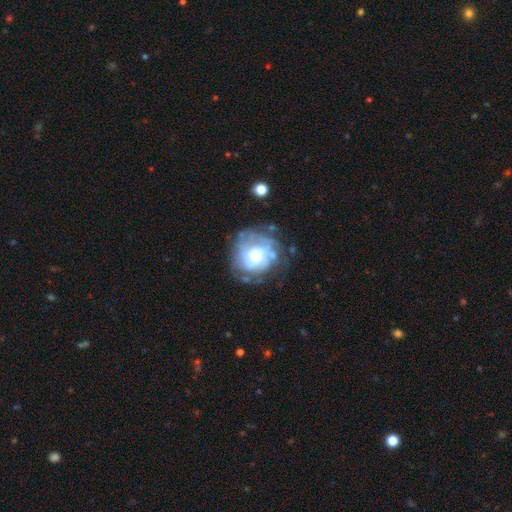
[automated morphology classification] Smooth or featured?
  - featured or disk: 63% *
  - smooth: 29%
  - star or artifact: 9%
Edge-on disk?
  - no: 97% *
  - yes: 3%
Bar?
  - no: 78% *
  - weak: 18%
  - strong: 4%
Spiral arms?
  - yes: 54% *
  - no: 46%
Bulge size?
  - moderate: 55% *
  - small: 25%
  - large: 16%
  - none: 2%
  - dominant: 2%
Merging?
  - none: 57% *
  - minor disturbance: 21%
  - major disturbance: 17%
  - merger: 4%